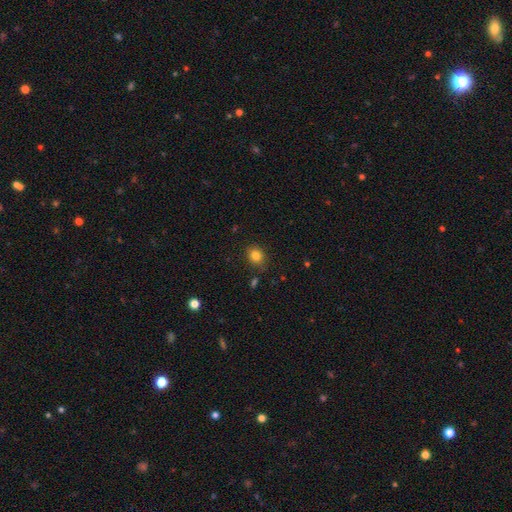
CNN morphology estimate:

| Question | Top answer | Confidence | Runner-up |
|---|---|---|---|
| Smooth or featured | smooth | 82% | star or artifact (12%) |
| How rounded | round | 65% | in between (34%) |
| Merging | none | 83% | minor disturbance (12%) |